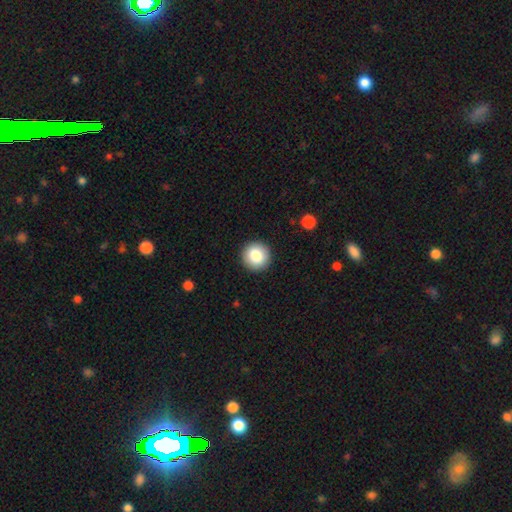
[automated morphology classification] smooth 83%, star or artifact 9%, featured or disk 8%. Down the decision tree: how rounded — round (95%); merging — none (93%).